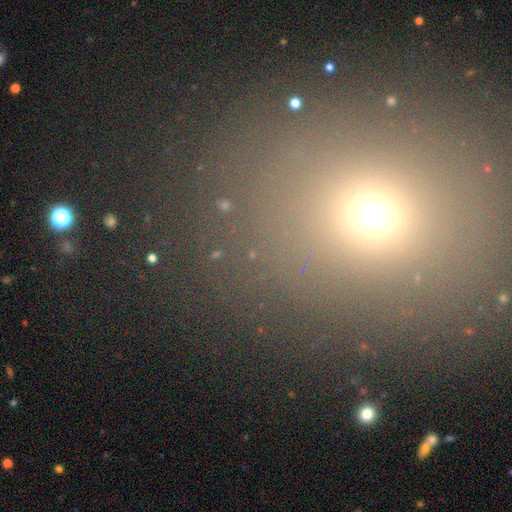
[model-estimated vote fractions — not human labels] Q: Smooth or featured?
A: smooth (49%); runner-up: star or artifact (41%)
Q: Merging?
A: none (79%); runner-up: minor disturbance (9%)